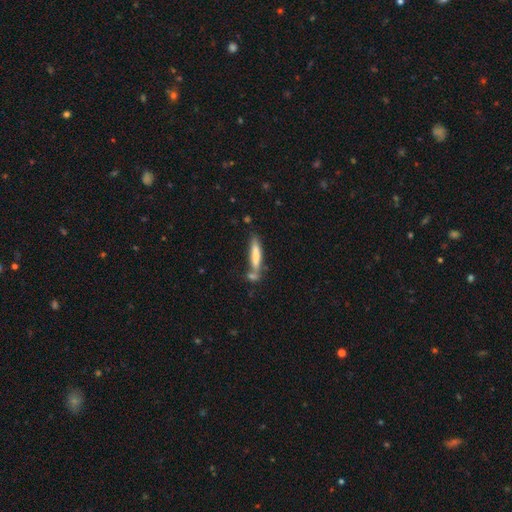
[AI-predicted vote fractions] The model was most divided on "merging": none: 59%, merger: 20%, minor disturbance: 16%, major disturbance: 5%. More confident: how rounded — cigar-shaped (87%); smooth or featured — smooth (72%).